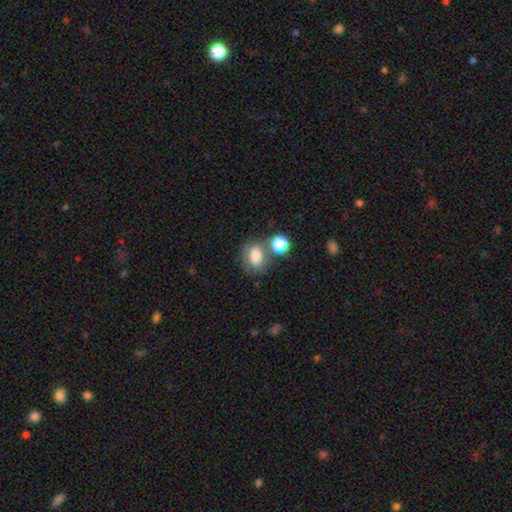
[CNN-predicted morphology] Q: Smooth or featured?
A: smooth (76%); runner-up: featured or disk (13%)
Q: How rounded?
A: in between (59%); runner-up: round (40%)
Q: Merging?
A: none (54%); runner-up: merger (23%)